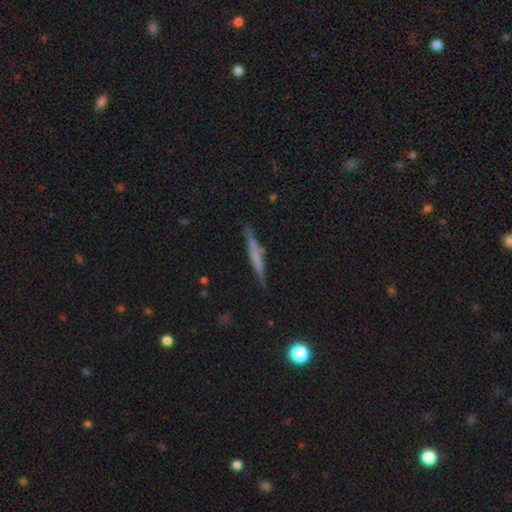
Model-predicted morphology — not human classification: smooth-or-featured: smooth: 51% | featured or disk: 43% | star or artifact: 7%
  how-rounded: cigar-shaped: 95% | in between: 3% | round: 2%
  merging: none: 84% | minor disturbance: 11% | merger: 3% | major disturbance: 2%